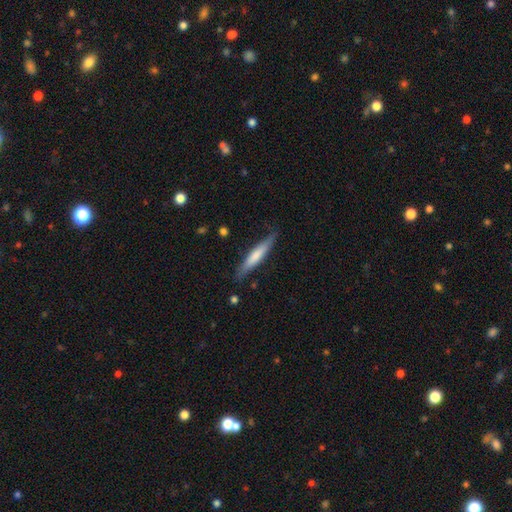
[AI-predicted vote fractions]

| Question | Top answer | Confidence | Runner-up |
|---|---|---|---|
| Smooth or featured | smooth | 63% | featured or disk (32%) |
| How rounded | cigar-shaped | 89% | in between (9%) |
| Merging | none | 80% | minor disturbance (16%) |